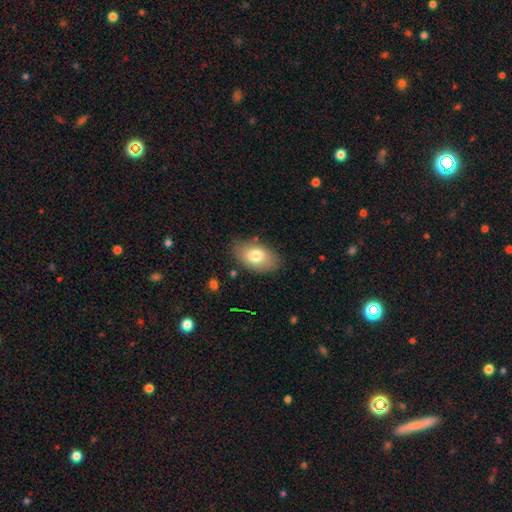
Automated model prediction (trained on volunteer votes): smooth 78%, featured or disk 15%, star or artifact 7%. Down the decision tree: how rounded — in between (92%); merging — none (81%).